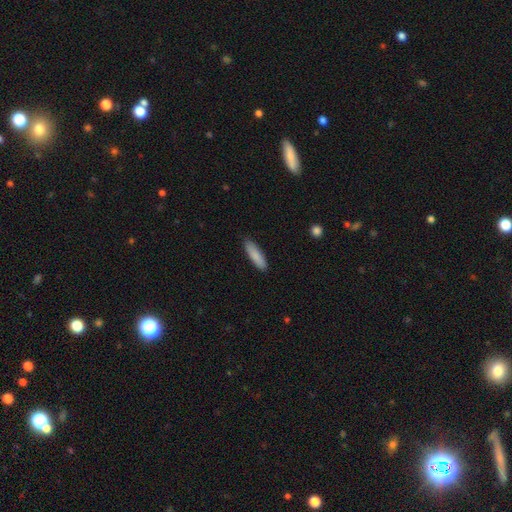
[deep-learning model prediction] This is clearly a smooth galaxy (87%). How rounded: likely cigar-shaped (69%). Merging: clearly none (88%).